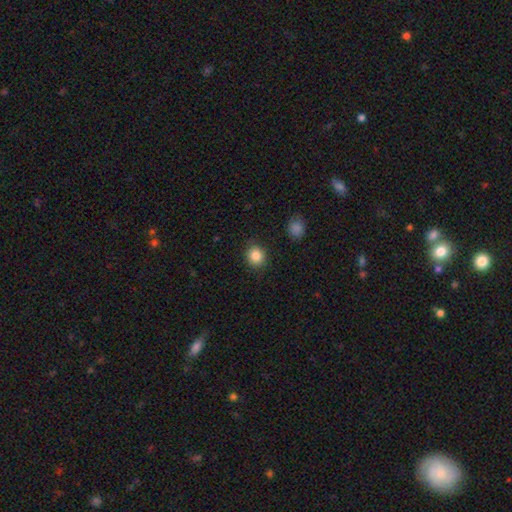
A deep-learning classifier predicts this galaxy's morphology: smooth 86%, star or artifact 9%, featured or disk 4%. Down the decision tree: how rounded — round (78%); merging — none (87%).